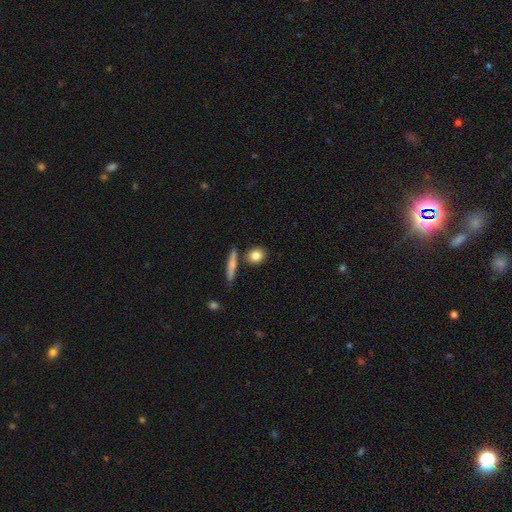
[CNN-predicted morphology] This is clearly a smooth galaxy (82%). How rounded: likely round (66%). Merging: likely none (77%).